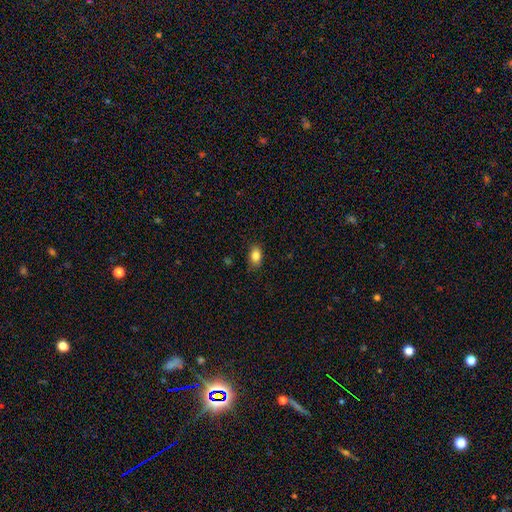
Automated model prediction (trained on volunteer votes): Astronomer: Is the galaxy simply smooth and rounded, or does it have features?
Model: smooth — 84%.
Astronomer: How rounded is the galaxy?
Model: in between — 86%.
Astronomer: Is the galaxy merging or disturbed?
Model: none — 84%.